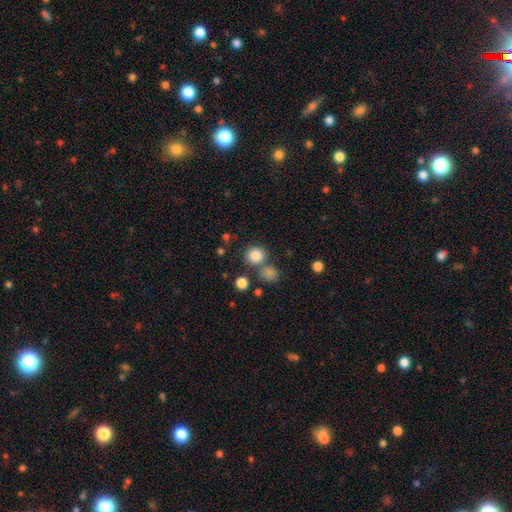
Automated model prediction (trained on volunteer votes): A smooth galaxy with no disk features (83%) that is round (86%). Merging: none (69%).